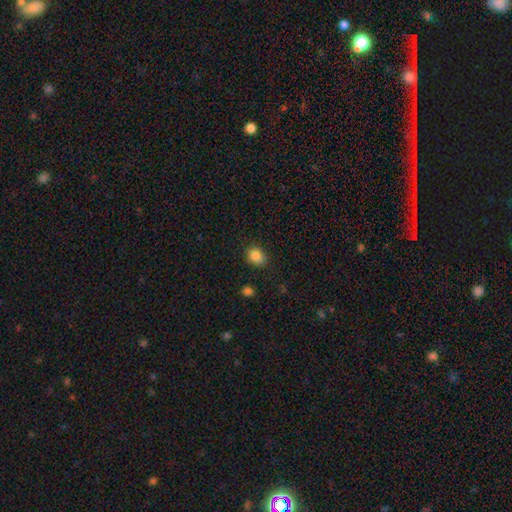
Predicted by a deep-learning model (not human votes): Q: Smooth or featured?
A: smooth (85%); runner-up: star or artifact (10%)
Q: How rounded?
A: in between (53%); runner-up: round (46%)
Q: Merging?
A: none (81%); runner-up: minor disturbance (14%)